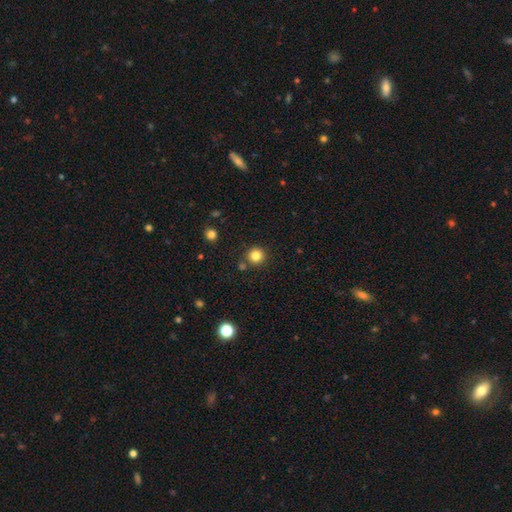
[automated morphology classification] smooth 83%, star or artifact 12%, featured or disk 5%. Down the decision tree: how rounded — round (94%); merging — none (85%).